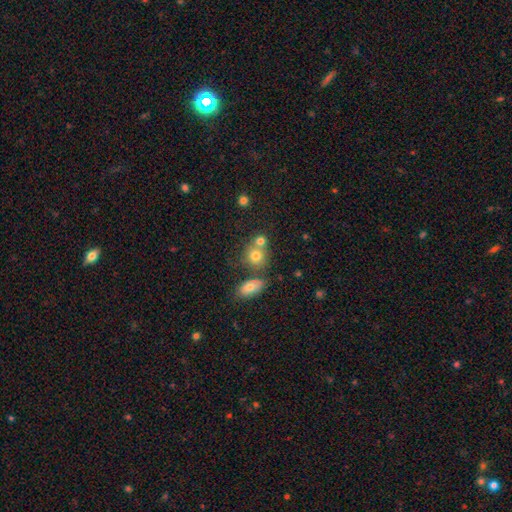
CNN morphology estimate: Q: Smooth or featured?
A: smooth (75%); runner-up: featured or disk (13%)
Q: How rounded?
A: round (74%); runner-up: in between (25%)
Q: Merging?
A: none (49%); runner-up: merger (38%)